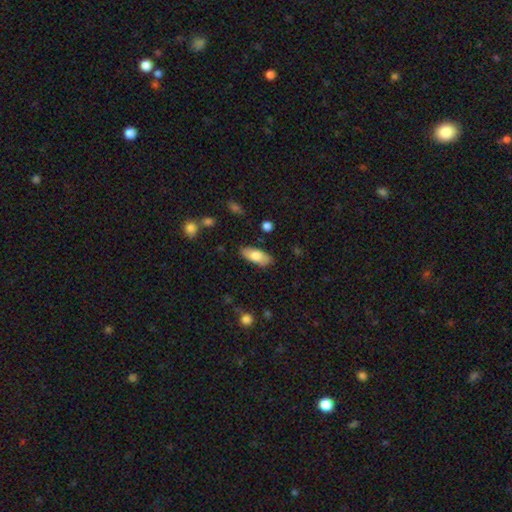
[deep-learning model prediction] smooth_or_featured: smooth (p=0.78) [alt: featured or disk p=0.16]
how_rounded: in between (p=0.83) [alt: cigar-shaped p=0.14]
merging: none (p=0.84) [alt: minor disturbance p=0.12]